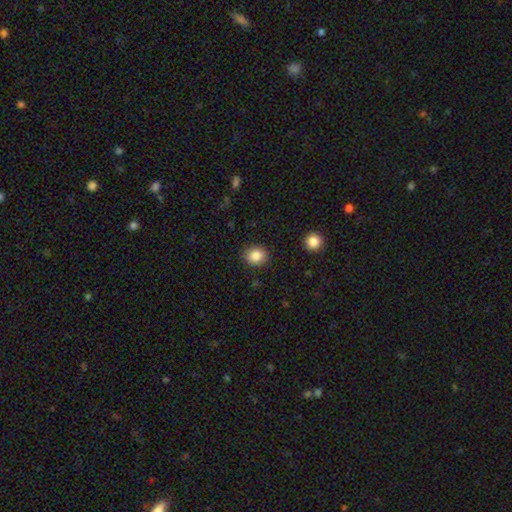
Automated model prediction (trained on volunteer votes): Smooth or featured? smooth (85%)
How rounded? round (76%)
Merging? none (90%)